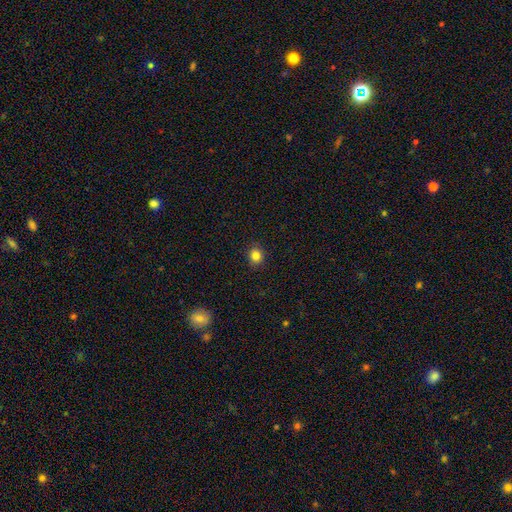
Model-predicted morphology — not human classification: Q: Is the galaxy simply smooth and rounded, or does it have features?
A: smooth — 83%.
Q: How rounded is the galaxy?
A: round — 78%.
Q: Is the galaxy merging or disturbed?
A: none — 90%.